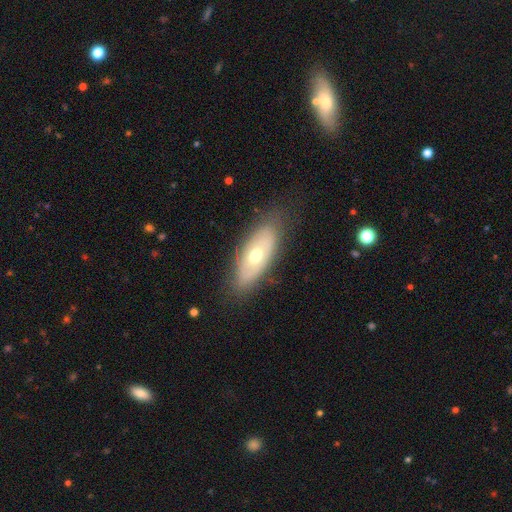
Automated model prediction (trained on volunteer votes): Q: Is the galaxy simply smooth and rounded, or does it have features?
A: featured or disk — 51%.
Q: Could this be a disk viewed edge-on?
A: no — 76%.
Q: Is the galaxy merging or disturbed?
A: none — 78%.